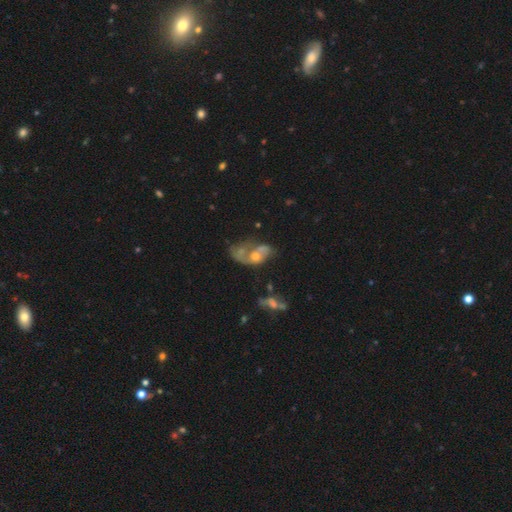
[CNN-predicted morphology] smooth_or_featured: featured or disk (p=0.58) [alt: smooth p=0.28]
disk_edge_on: no (p=0.95) [alt: yes p=0.05]
bar: no (p=0.80) [alt: weak p=0.17]
has_spiral_arms: no (p=0.50) [tied with: yes p=0.50]
bulge_size: moderate (p=0.52) [alt: small p=0.27]
merging: merger (p=0.37) [alt: major disturbance p=0.26]